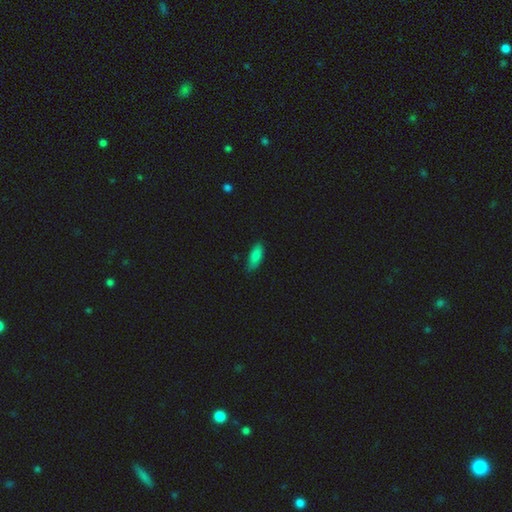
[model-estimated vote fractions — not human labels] This is clearly a smooth galaxy (85%). How rounded: likely in between (74%). Merging: likely none (76%).